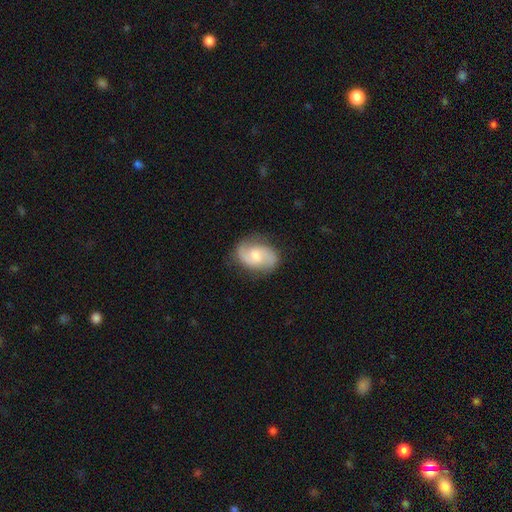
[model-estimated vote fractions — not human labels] A featured or disk galaxy (75%) with no bar (55%), 2 (90%) medium (47%) spiral arms (94%) and a moderate central bulge (58%).

Vote fractions:
- Smooth or featured? featured or disk: 75% / smooth: 19% / star or artifact: 6%
- Edge-on disk? no: 97% / yes: 3%
- Bar? no: 55% / weak: 38% / strong: 7%
- Spiral arms? yes: 94% / no: 6%
- Spiral winding? medium: 47% / loose: 32% / tight: 20%
- Spiral arm count? 2: 90% / can't tell: 5% / 1: 2% / 3: 1% / 4: 1% / more than 4: 1%
- Bulge size? moderate: 58% / small: 33% / large: 5% / none: 3% / dominant: 1%
- Merging? none: 79% / minor disturbance: 15% / major disturbance: 4% / merger: 1%